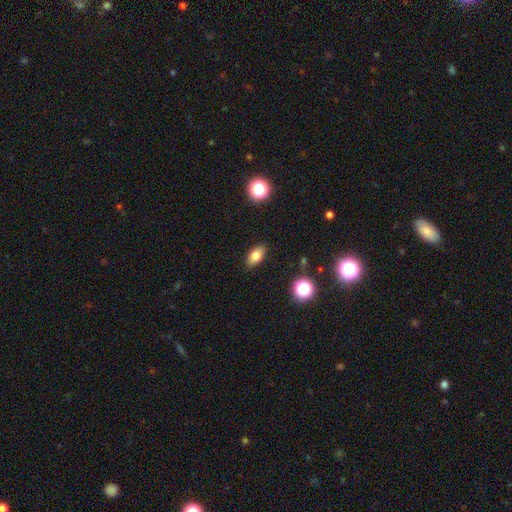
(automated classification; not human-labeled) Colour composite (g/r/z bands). It shows a smooth galaxy with no disk features (80%) that is in between round and cigar-shaped (88%). Merging: none (88%).